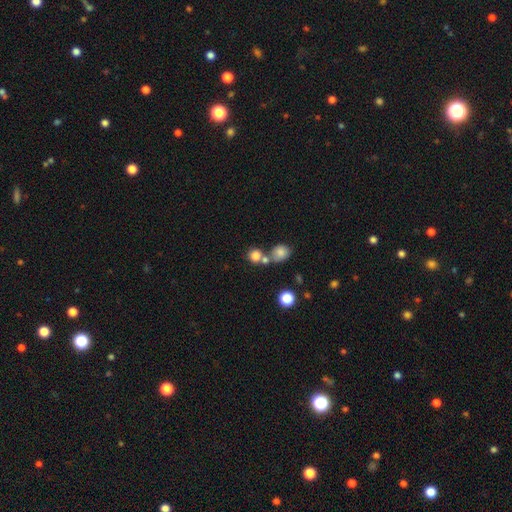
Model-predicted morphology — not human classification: The model was most divided on "merging": none: 48%, merger: 41%, minor disturbance: 7%, major disturbance: 4%. More confident: how rounded — round (83%); smooth or featured — smooth (79%).